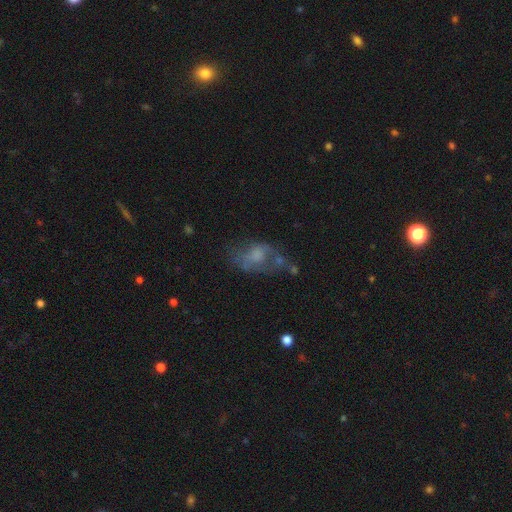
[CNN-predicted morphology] Smooth or featured: featured or disk — 45% (smooth — 41%)
Merging: none — 35% (major disturbance — 30%)